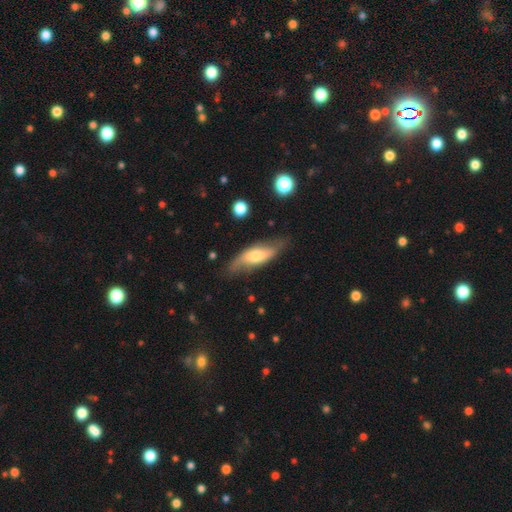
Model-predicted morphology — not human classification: Q: Smooth or featured?
A: smooth (49%); runner-up: featured or disk (45%)
Q: Merging?
A: none (67%); runner-up: minor disturbance (24%)